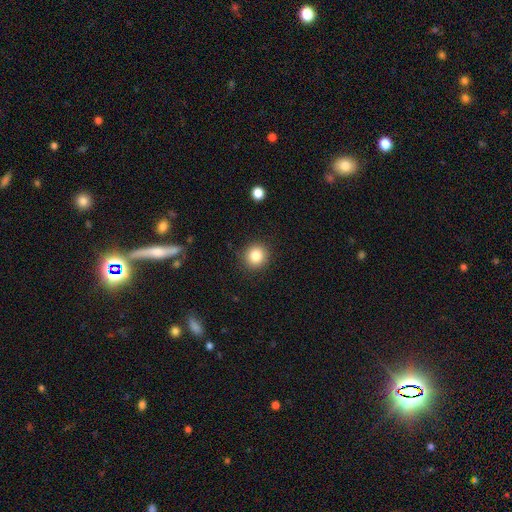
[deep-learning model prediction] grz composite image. It shows a smooth galaxy with no disk features (83%) that is round (91%). Merging: none (89%).